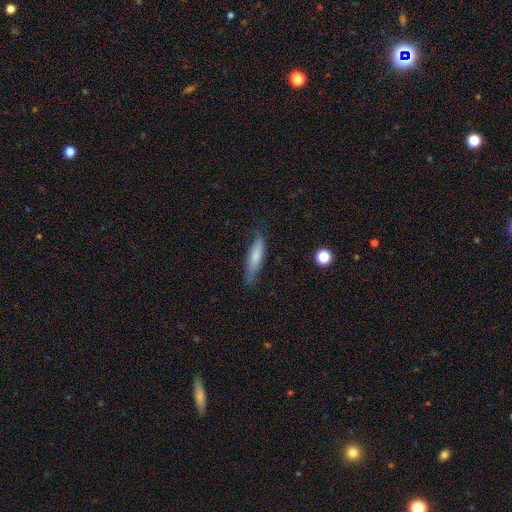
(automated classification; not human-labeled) This appears to be a smooth galaxy with no disk features (71%) that is cigar-shaped (76%). Merging: none (74%).